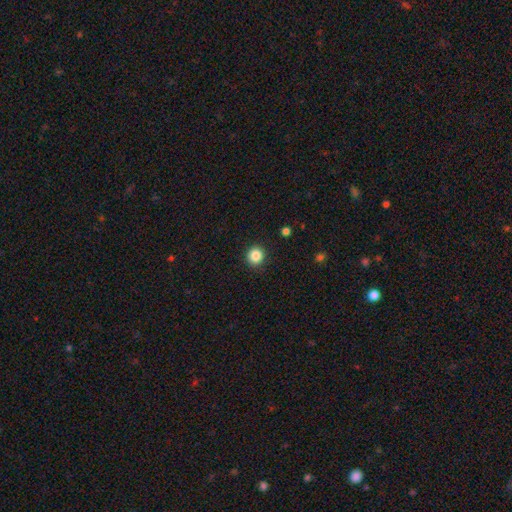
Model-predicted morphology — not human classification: The model was most divided on "smooth or featured": smooth: 85%, star or artifact: 11%, featured or disk: 4%. More confident: how rounded — round (93%); merging — none (92%).